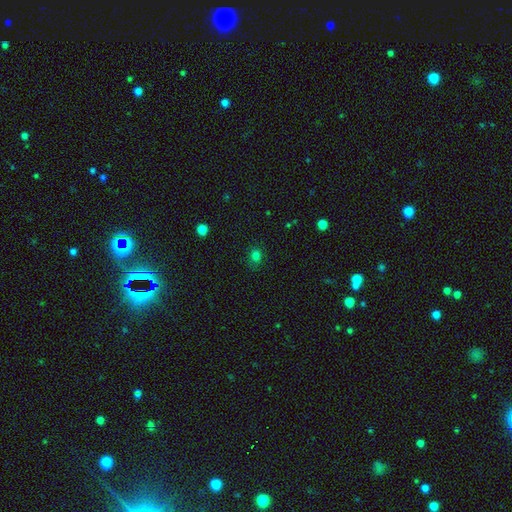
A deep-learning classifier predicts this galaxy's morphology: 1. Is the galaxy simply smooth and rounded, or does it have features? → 77% smooth, 19% star or artifact, 5% featured or disk.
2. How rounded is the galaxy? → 64% round, 35% in between, 1% cigar-shaped.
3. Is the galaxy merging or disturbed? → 79% none, 15% minor disturbance, 4% major disturbance, 2% merger.